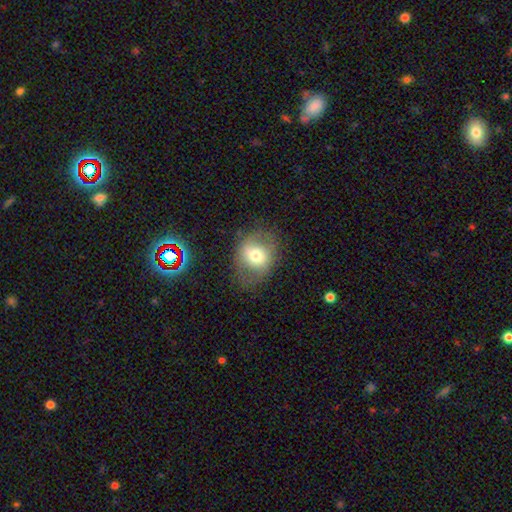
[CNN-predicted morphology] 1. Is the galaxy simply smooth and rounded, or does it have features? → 62% smooth, 29% featured or disk, 9% star or artifact.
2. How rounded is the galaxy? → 55% round, 44% in between, 1% cigar-shaped.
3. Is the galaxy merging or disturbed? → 68% none, 19% minor disturbance, 12% major disturbance, 2% merger.